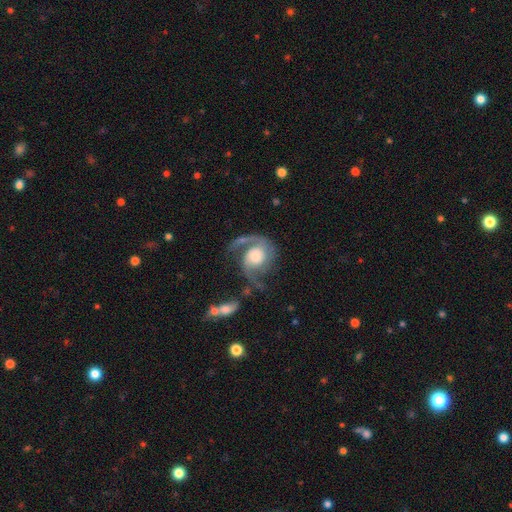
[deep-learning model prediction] This appears to be a featured or disk galaxy (88%) with no bar (70%), 2 (85%) medium (50%) spiral arms (97%) and a moderate central bulge (40%). Merging: none (58%).